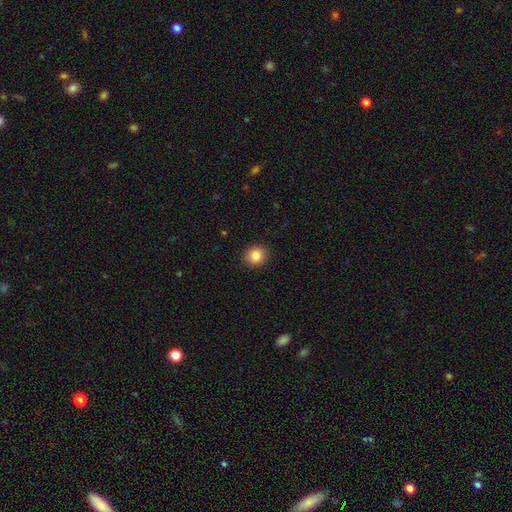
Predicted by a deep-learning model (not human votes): This is clearly a smooth galaxy (84%). How rounded: clearly round (84%). Merging: clearly none (91%).